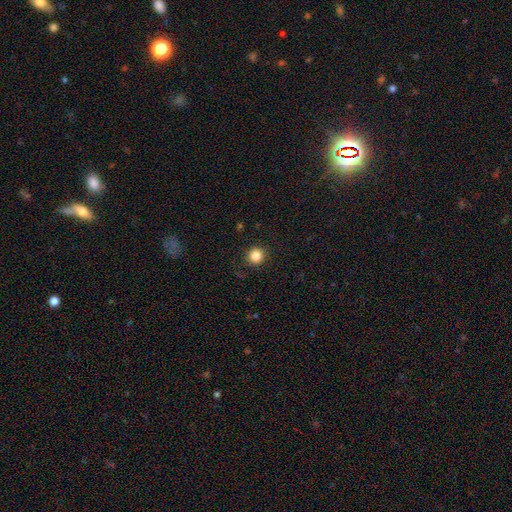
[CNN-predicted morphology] Overall: smooth (84%). How rounded: round (93%). Merging: none (91%).